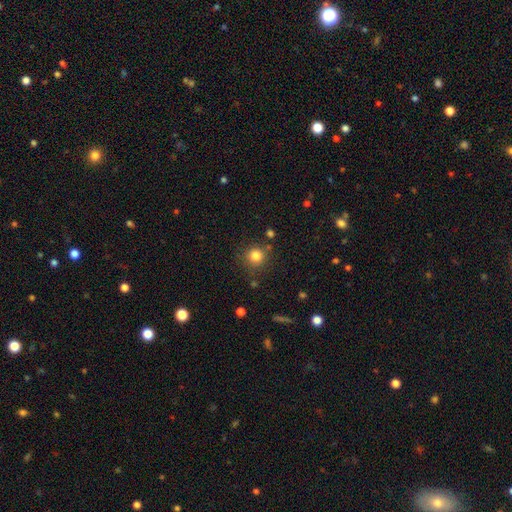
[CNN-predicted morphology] smooth 82%, star or artifact 12%, featured or disk 6%. Down the decision tree: how rounded — round (92%); merging — none (80%).